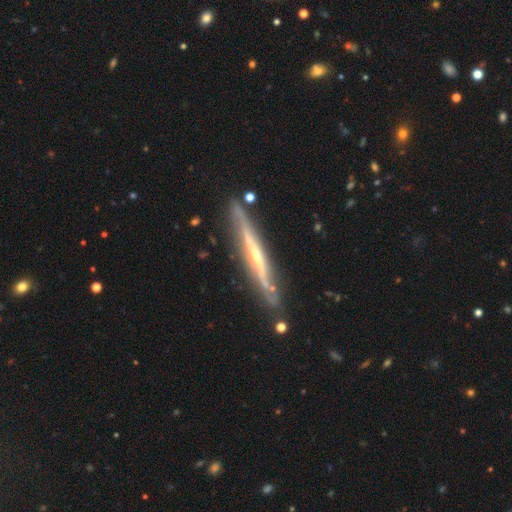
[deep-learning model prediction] Smooth or featured?
  - featured or disk: 79% *
  - smooth: 15%
  - star or artifact: 5%
Edge-on disk?
  - yes: 93% *
  - no: 7%
Edge-on bulge?
  - rounded: 49% *
  - none: 44%
  - boxy: 7%
Merging?
  - none: 80% *
  - minor disturbance: 14%
  - merger: 3%
  - major disturbance: 3%